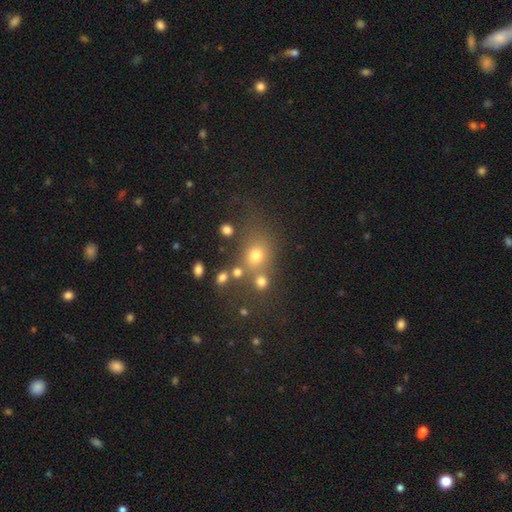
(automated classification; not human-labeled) A smooth galaxy with no disk features (60%) that is round (66%).

Vote fractions:
- Smooth or featured? smooth: 60% / star or artifact: 26% / featured or disk: 14%
- How rounded? round: 66% / in between: 32% / cigar-shaped: 2%
- Merging? none: 53% / merger: 28% / minor disturbance: 12% / major disturbance: 7%